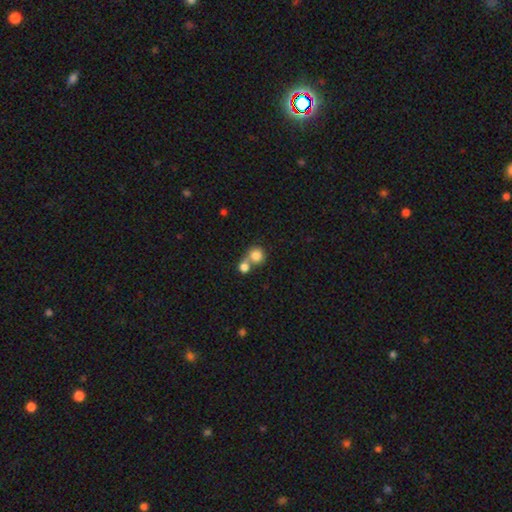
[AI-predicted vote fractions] Q: Smooth or featured?
A: smooth (82%); runner-up: star or artifact (10%)
Q: How rounded?
A: round (87%); runner-up: in between (12%)
Q: Merging?
A: merger (51%); runner-up: none (39%)